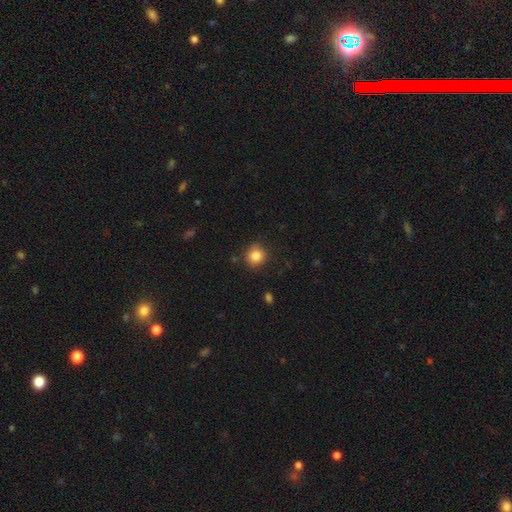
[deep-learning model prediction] A smooth galaxy with no disk features (85%) that is round (88%).

Vote fractions:
- Smooth or featured? smooth: 85% / star or artifact: 10% / featured or disk: 5%
- How rounded? round: 88% / in between: 11% / cigar-shaped: 1%
- Merging? none: 85% / minor disturbance: 11% / major disturbance: 3% / merger: 2%